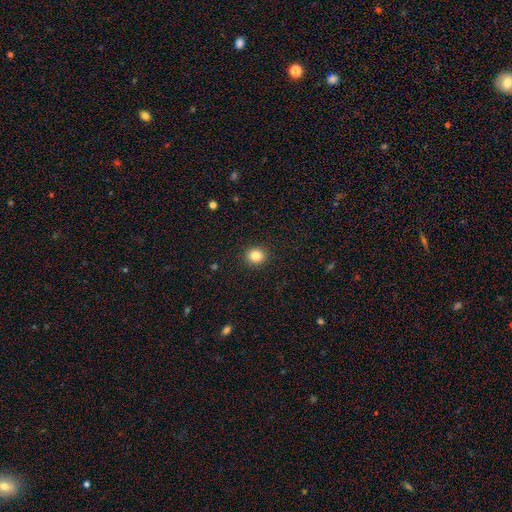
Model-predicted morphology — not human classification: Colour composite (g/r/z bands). It shows a smooth galaxy with no disk features (84%) that is round (78%). Merging: none (91%).